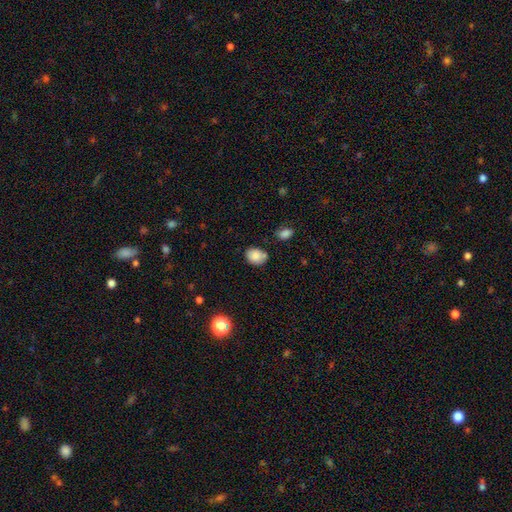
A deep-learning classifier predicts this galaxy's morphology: Smooth or featured?
  - smooth: 84% *
  - star or artifact: 9%
  - featured or disk: 7%
How rounded?
  - in between: 62% *
  - round: 37%
  - cigar-shaped: 1%
Merging?
  - none: 65% *
  - minor disturbance: 23%
  - merger: 7%
  - major disturbance: 4%